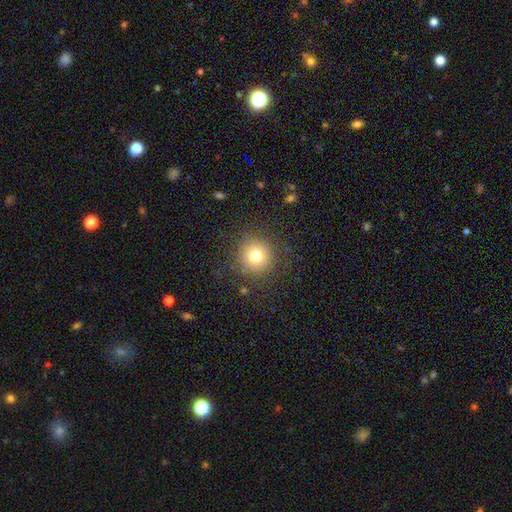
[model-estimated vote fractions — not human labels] Q: Smooth or featured?
A: smooth (77%); runner-up: star or artifact (14%)
Q: How rounded?
A: round (94%); runner-up: in between (5%)
Q: Merging?
A: none (87%); runner-up: minor disturbance (8%)